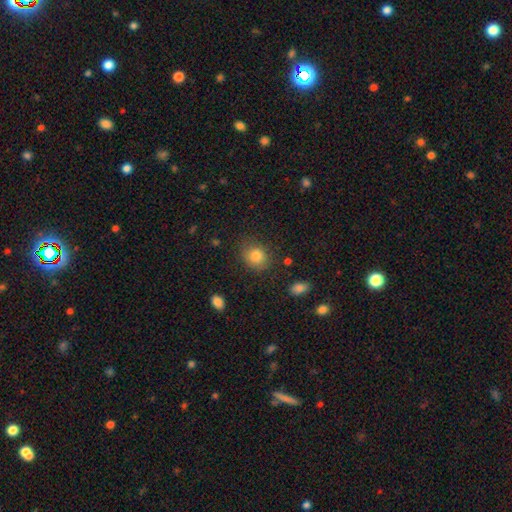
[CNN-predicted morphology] smooth_or_featured: smooth (p=0.83) [alt: star or artifact p=0.10]
how_rounded: round (p=0.63) [alt: in between p=0.36]
merging: none (p=0.78) [alt: minor disturbance p=0.15]